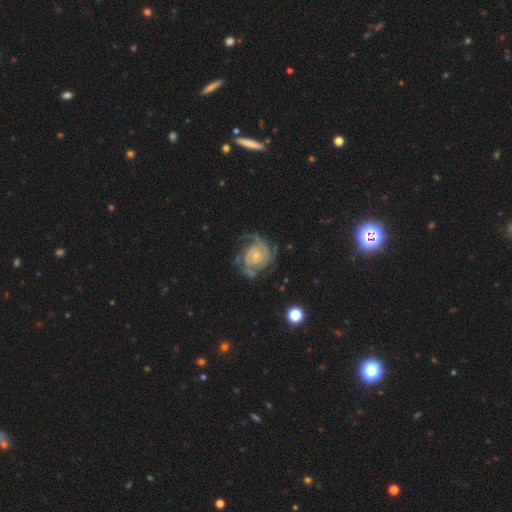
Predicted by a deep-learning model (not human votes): This is clearly a featured or disk galaxy (92%). It is clearly not viewed edge-on (98%). Bar: likely no (61%). Spiral arm pattern: clearly yes (98%). Spiral arm count: marginally 2 (38%). Spiral winding: likely tight (66%). Central bulge: likely small (70%). Merging: likely none (68%).